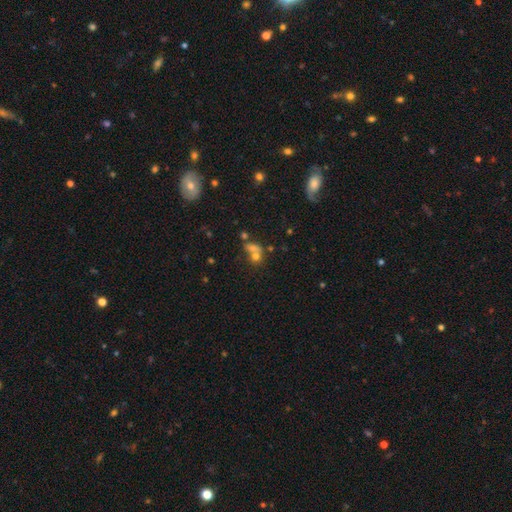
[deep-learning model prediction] This appears to be a smooth galaxy with no disk features (64%) that is round (63%). Merging: merger (53%).